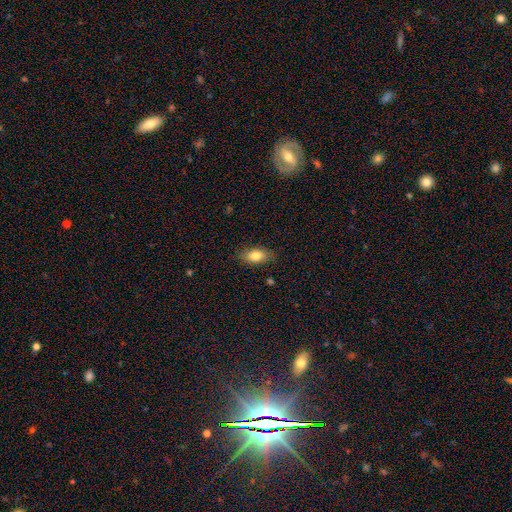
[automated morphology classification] Smooth or featured? Predicted: smooth (p=0.82). How rounded? Predicted: in between (p=0.88). Merging? Predicted: none (p=0.84).